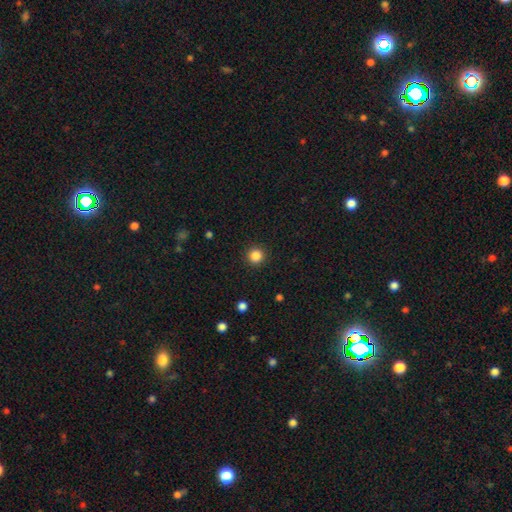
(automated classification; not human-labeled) Morphology: type=smooth (85%); roundness=round (95%); merging=none (92%).